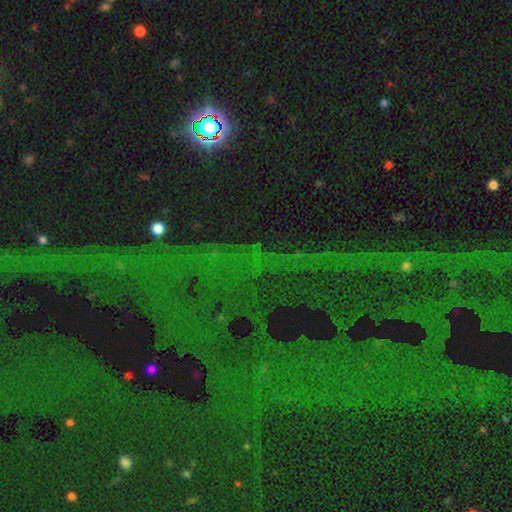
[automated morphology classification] This appears to be a star or artifact, not a galaxy (80%).